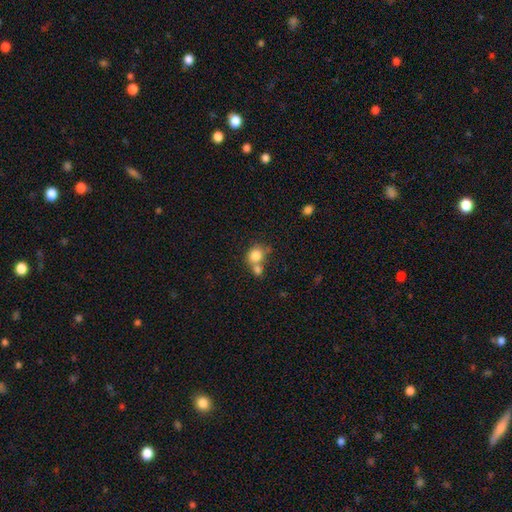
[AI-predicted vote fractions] smooth-or-featured: smooth: 81% | star or artifact: 10% | featured or disk: 9%
  how-rounded: round: 74% | in between: 25% | cigar-shaped: 1%
  merging: merger: 48% | none: 40% | minor disturbance: 9% | major disturbance: 4%